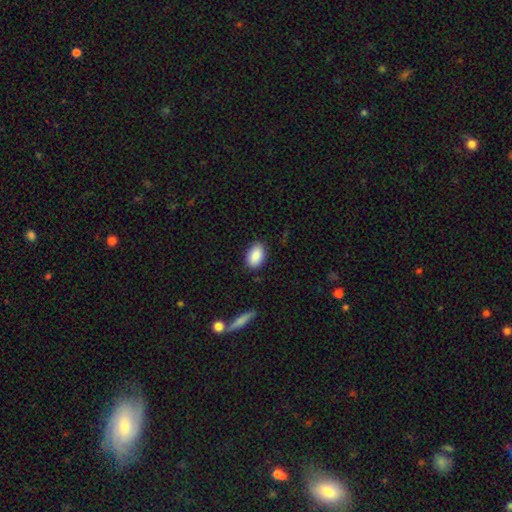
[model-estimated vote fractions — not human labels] Q: Smooth or featured?
A: smooth (88%); runner-up: star or artifact (7%)
Q: How rounded?
A: in between (91%); runner-up: round (7%)
Q: Merging?
A: none (87%); runner-up: minor disturbance (10%)